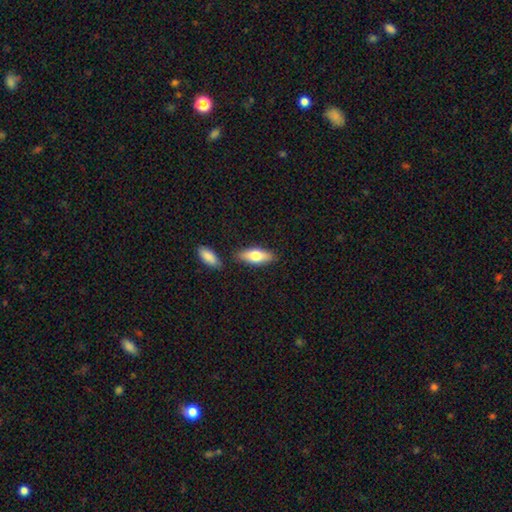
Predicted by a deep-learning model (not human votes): Overall: smooth (72%). How rounded: in between (72%). Merging: none (78%).